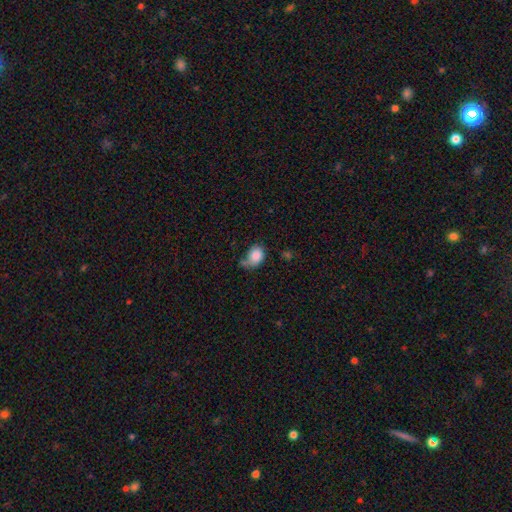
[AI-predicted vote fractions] Morphology: type=smooth (82%); roundness=in between (58%); merging=none (41%).